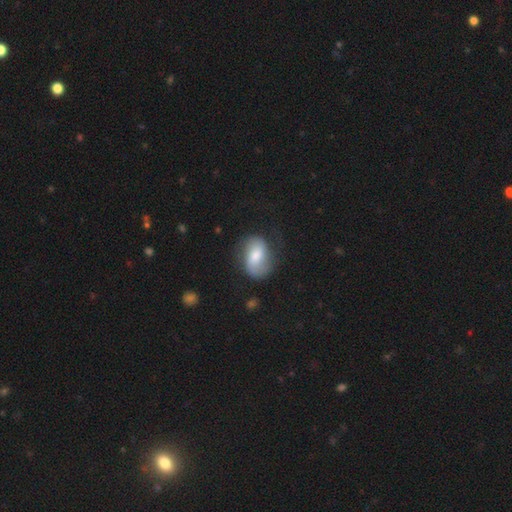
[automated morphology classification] Q: Smooth or featured?
A: featured or disk (51%); runner-up: smooth (42%)
Q: Edge-on disk?
A: no (97%); runner-up: yes (3%)
Q: Merging?
A: none (60%); runner-up: minor disturbance (23%)